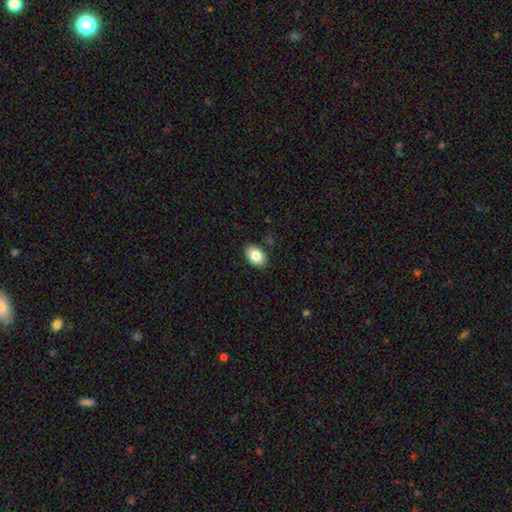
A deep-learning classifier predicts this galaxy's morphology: Smooth or featured: smooth — 84% (featured or disk — 9%)
How rounded: in between — 86% (round — 13%)
Merging: none — 88% (minor disturbance — 9%)